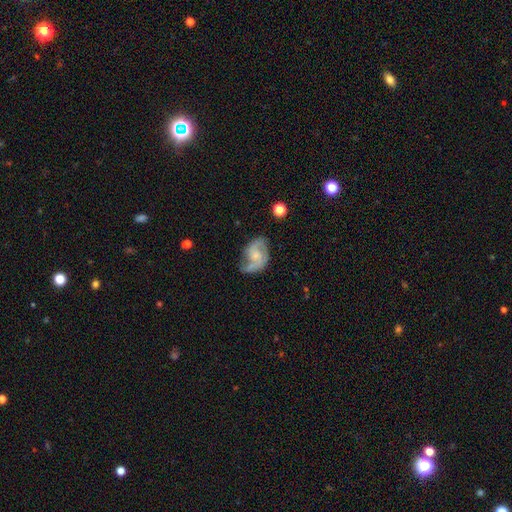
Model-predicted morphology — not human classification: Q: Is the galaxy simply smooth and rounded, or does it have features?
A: featured or disk — 78%.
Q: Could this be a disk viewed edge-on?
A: no — 97%.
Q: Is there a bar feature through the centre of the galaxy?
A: no — 58%.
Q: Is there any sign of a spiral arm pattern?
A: yes — 92%.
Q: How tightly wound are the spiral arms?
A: medium — 49%.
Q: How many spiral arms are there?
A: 2 — 82%.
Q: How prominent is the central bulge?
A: small — 46%.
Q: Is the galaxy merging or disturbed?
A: none — 56%.